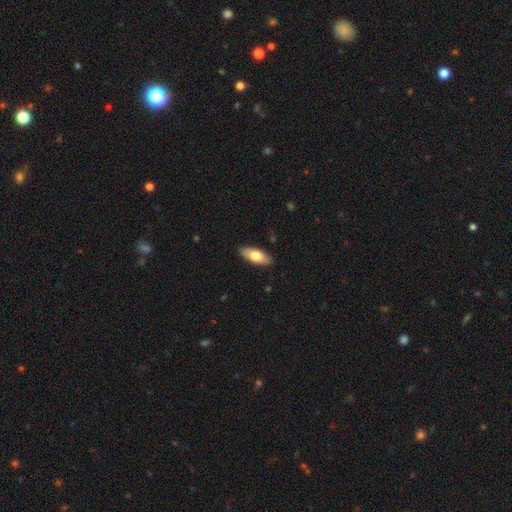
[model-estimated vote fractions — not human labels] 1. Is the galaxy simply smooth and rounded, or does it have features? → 73% smooth, 22% featured or disk, 6% star or artifact.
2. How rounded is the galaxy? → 80% in between, 18% cigar-shaped, 2% round.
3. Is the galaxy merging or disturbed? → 89% none, 9% minor disturbance, 2% major disturbance, 1% merger.